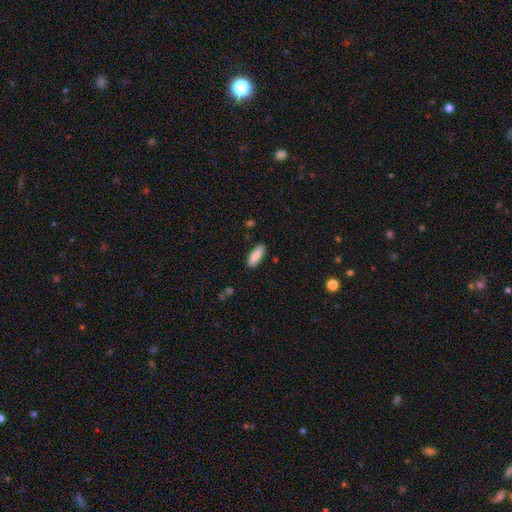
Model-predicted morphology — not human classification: This is clearly a smooth galaxy (88%). How rounded: likely in between (64%). Merging: clearly none (87%).